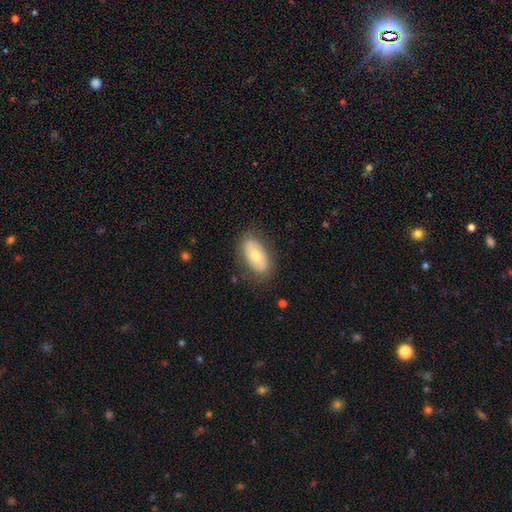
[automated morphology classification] smooth 59%, featured or disk 35%, star or artifact 6%. Down the decision tree: how rounded — in between (93%); merging — none (79%).